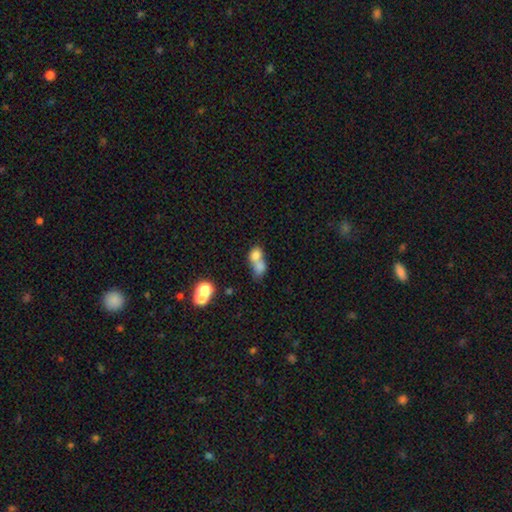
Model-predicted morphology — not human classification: A smooth galaxy with no disk features (70%) that is in between round and cigar-shaped (53%).

Vote fractions:
- Smooth or featured? smooth: 70% / featured or disk: 18% / star or artifact: 12%
- How rounded? in between: 53% / round: 44% / cigar-shaped: 2%
- Merging? merger: 70% / none: 18% / minor disturbance: 6% / major disturbance: 5%